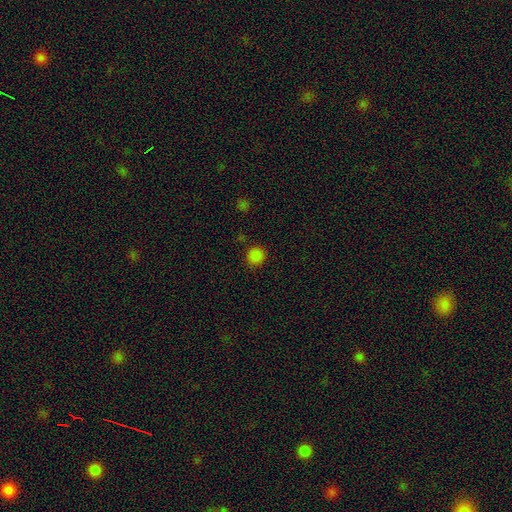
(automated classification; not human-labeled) smooth-or-featured: smooth: 83% | star or artifact: 14% | featured or disk: 3%
  how-rounded: round: 91% | in between: 8% | cigar-shaped: 1%
  merging: none: 88% | minor disturbance: 7% | major disturbance: 2% | merger: 2%